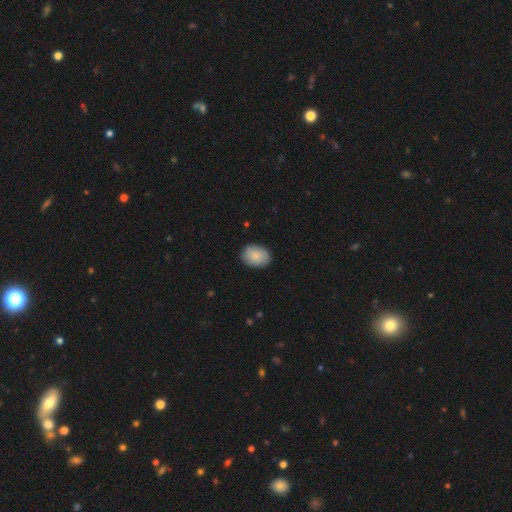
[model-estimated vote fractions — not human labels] Overall: smooth (86%). How rounded: in between (74%). Merging: none (86%).